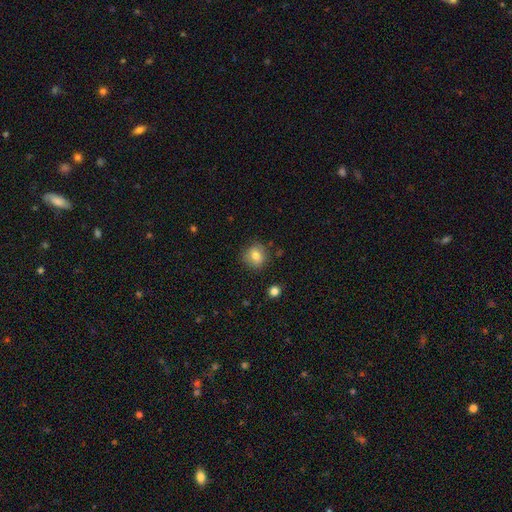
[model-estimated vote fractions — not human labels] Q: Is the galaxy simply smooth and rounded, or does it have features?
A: smooth — 80%.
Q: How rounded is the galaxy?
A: round — 73%.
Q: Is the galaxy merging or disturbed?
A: none — 79%.